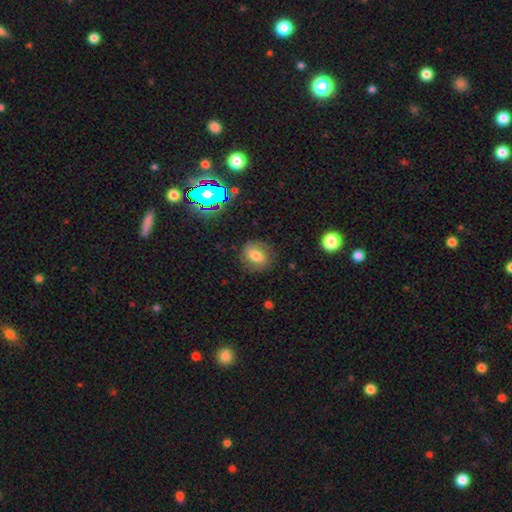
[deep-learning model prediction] smooth_or_featured: smooth (p=0.63) [alt: featured or disk p=0.23]
how_rounded: round (p=0.55) [alt: in between p=0.43]
merging: none (p=0.78) [alt: minor disturbance p=0.15]